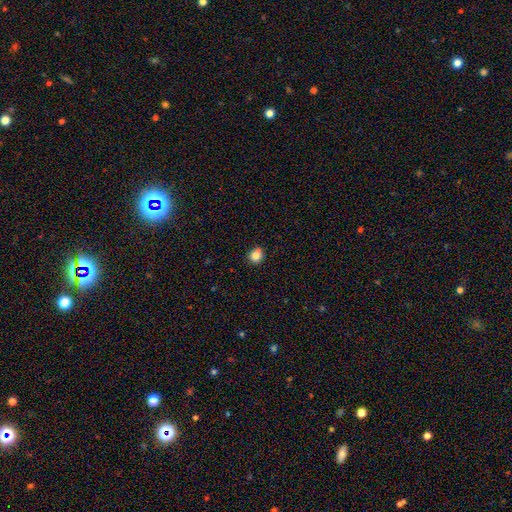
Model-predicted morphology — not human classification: Q: Smooth or featured?
A: smooth (83%); runner-up: star or artifact (11%)
Q: How rounded?
A: round (83%); runner-up: in between (17%)
Q: Merging?
A: none (76%); runner-up: minor disturbance (16%)